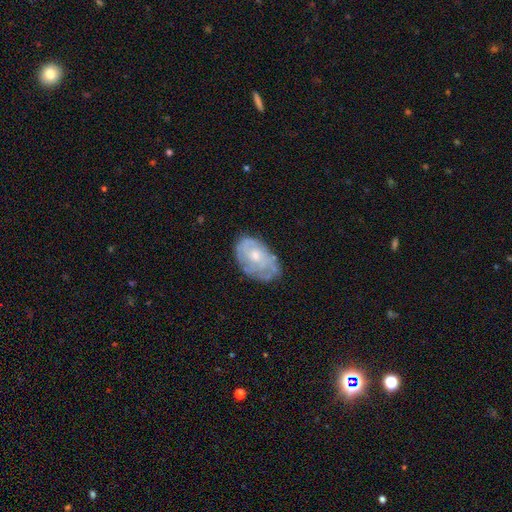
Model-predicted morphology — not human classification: type=featured or disk (66%); edge-on=no (96%); bar=no (81%); spiral arms=yes (69%); bulge=moderate (51%); merging=none (64%).